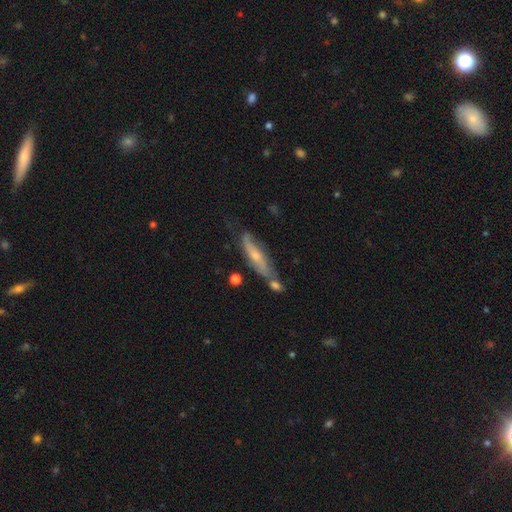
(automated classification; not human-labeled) Smooth or featured? featured or disk (59%)
Edge-on disk? no (51%)
Merging? none (51%)